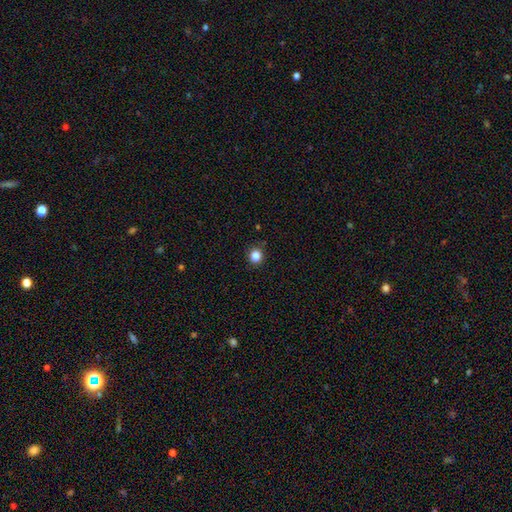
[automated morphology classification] Smooth or featured? Predicted: smooth (p=0.85). How rounded? Predicted: round (p=0.90). Merging? Predicted: none (p=0.90).